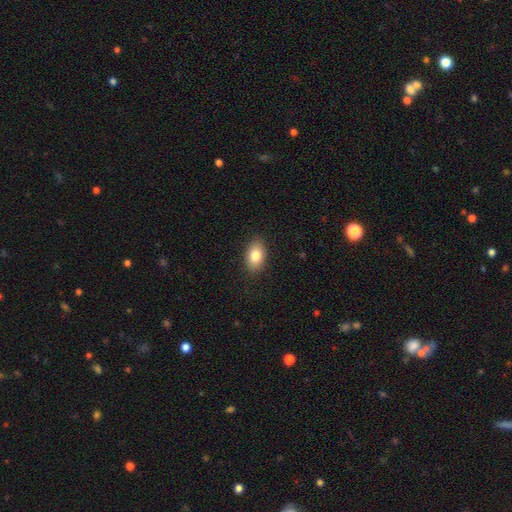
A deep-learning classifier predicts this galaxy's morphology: Smooth or featured? smooth (82%)
How rounded? in between (88%)
Merging? none (88%)